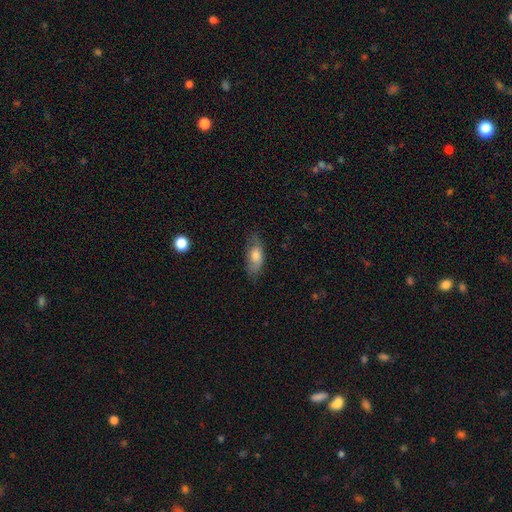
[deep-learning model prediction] The model was most divided on "merging": none: 70%, minor disturbance: 23%, major disturbance: 6%, merger: 1%. More confident: how rounded — in between (80%); smooth or featured — smooth (71%).